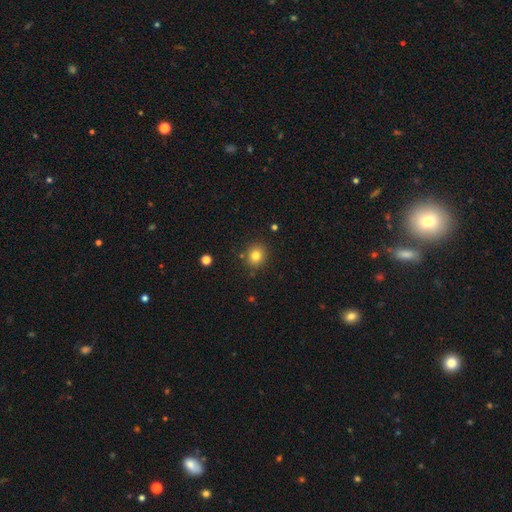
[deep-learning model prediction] Q: Smooth or featured?
A: smooth (80%); runner-up: star or artifact (13%)
Q: How rounded?
A: round (80%); runner-up: in between (19%)
Q: Merging?
A: none (86%); runner-up: minor disturbance (9%)